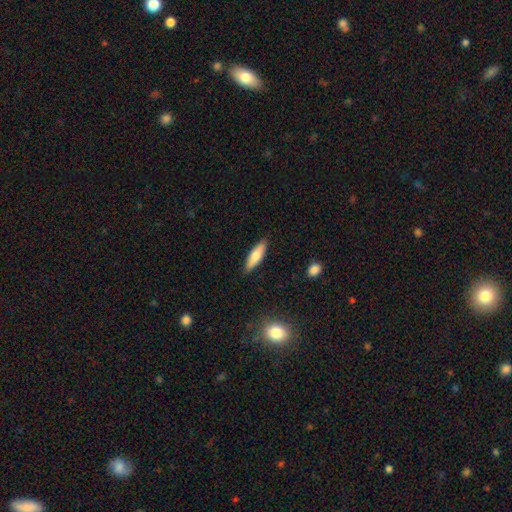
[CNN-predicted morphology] This appears to be a smooth galaxy with no disk features (73%) that is cigar-shaped (50%). Merging: none (87%).